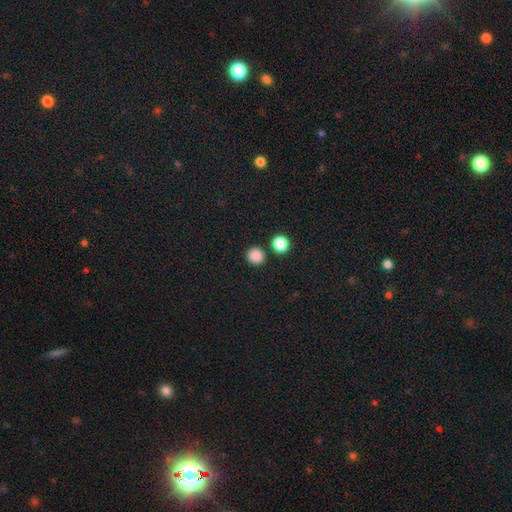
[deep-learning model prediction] Smooth or featured? Predicted: smooth (p=0.85). How rounded? Predicted: round (p=0.93). Merging? Predicted: none (p=0.86).